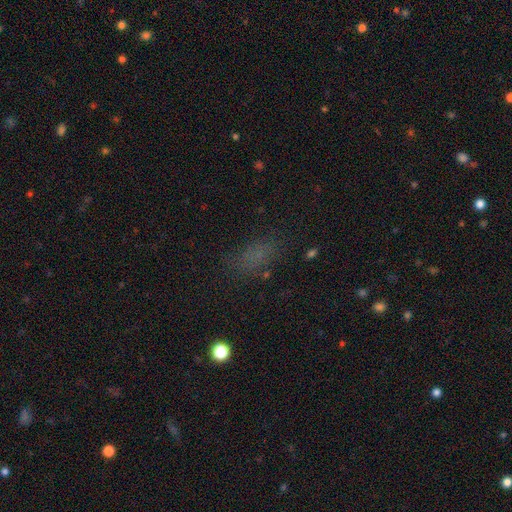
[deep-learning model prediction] This appears to be a smooth galaxy with no disk features (64%) that is in between round and cigar-shaped (81%). Merging: none (72%).